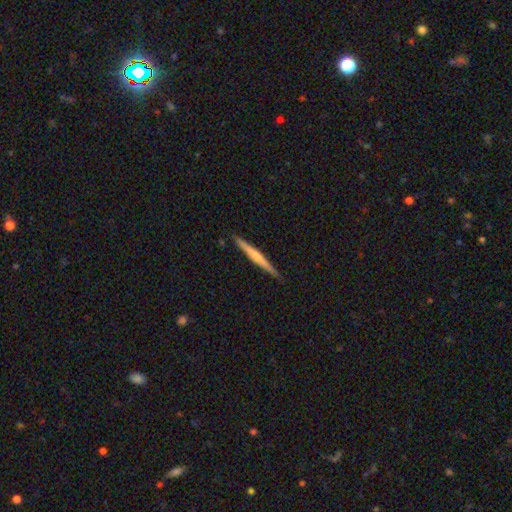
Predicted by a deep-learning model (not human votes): Morphology: type=featured or disk (52%); edge-on=yes (98%); edge-on bulge=none (45%, tied with rounded); merging=none (89%).